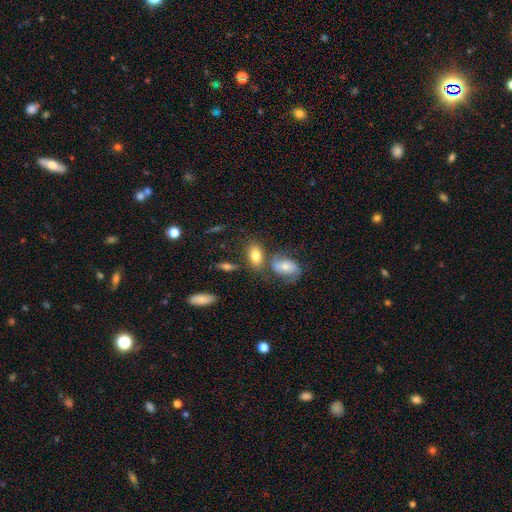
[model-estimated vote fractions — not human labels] This is likely a smooth galaxy (77%). How rounded: clearly in between (88%). Merging: possibly none (54%).